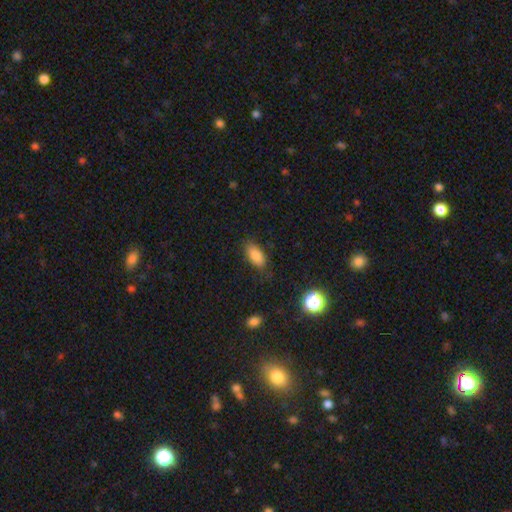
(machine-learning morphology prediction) Smooth or featured?
  - smooth: 84% *
  - star or artifact: 9%
  - featured or disk: 6%
How rounded?
  - in between: 88% *
  - cigar-shaped: 9%
  - round: 4%
Merging?
  - none: 79% *
  - minor disturbance: 16%
  - major disturbance: 4%
  - merger: 1%